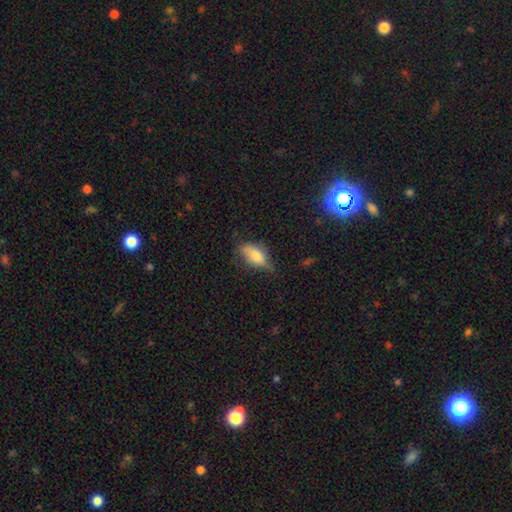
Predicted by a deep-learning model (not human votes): This appears to be a smooth galaxy with no disk features (69%) that is in between round and cigar-shaped (84%). Merging: none (47%).